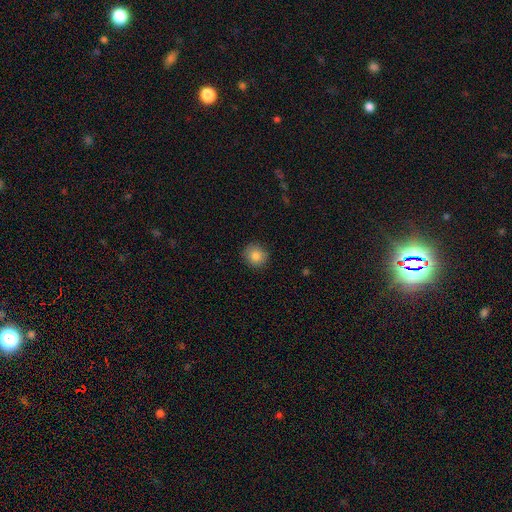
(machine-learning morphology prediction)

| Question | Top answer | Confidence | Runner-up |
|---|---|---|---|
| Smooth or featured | smooth | 85% | star or artifact (9%) |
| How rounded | round | 89% | in between (10%) |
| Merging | none | 89% | minor disturbance (8%) |